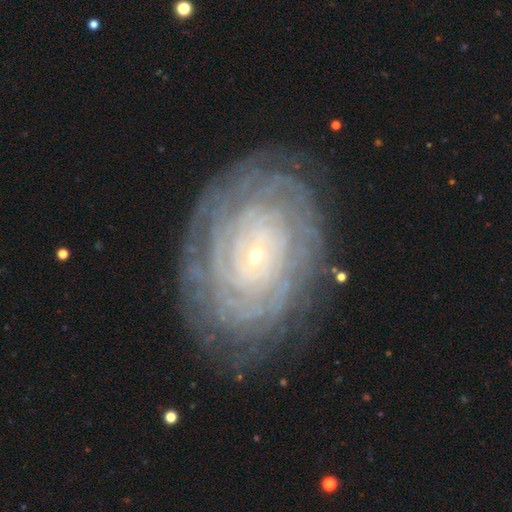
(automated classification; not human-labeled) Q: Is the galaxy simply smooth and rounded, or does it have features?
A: featured or disk — 87%.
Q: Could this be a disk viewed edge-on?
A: no — 97%.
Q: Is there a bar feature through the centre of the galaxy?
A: no — 67%.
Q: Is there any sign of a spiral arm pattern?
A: yes — 96%.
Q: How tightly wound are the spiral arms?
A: tight — 89%.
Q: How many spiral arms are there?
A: can't tell — 34%.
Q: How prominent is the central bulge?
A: small — 86%.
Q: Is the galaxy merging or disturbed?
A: none — 81%.